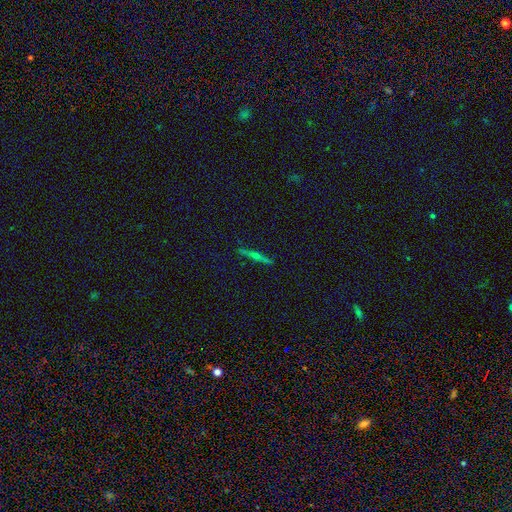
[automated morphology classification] Smooth or featured? Predicted: featured or disk (p=0.71). Edge-on disk? Predicted: yes (p=0.97). Edge-on bulge? Predicted: rounded (p=0.86). Merging? Predicted: none (p=0.90).